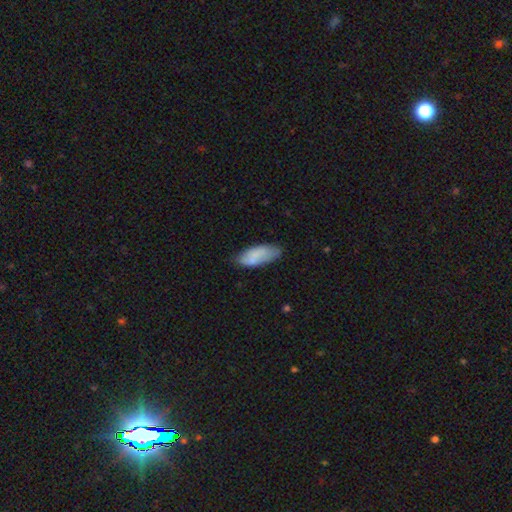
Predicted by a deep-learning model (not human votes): A smooth galaxy with no disk features (74%) that is in between round and cigar-shaped (85%). Merging: none (66%).